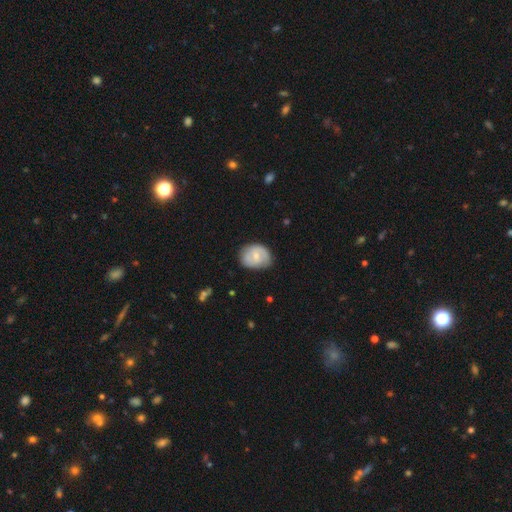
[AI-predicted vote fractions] This is possibly a smooth galaxy (51%). How rounded: possibly in between (55%). Merging: likely none (68%).